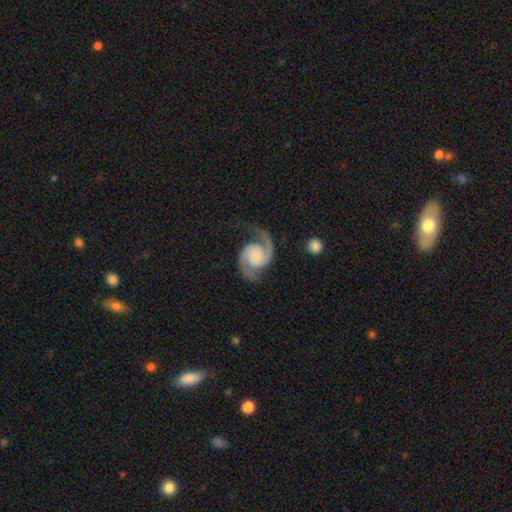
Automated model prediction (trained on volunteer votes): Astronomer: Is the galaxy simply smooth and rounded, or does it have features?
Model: featured or disk — 92%.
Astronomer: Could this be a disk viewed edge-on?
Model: no — 99%.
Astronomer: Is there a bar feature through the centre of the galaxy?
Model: no — 70%.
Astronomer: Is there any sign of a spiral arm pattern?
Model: yes — 98%.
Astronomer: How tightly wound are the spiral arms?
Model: medium — 56%.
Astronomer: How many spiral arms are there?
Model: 2 — 94%.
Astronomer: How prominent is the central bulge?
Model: none — 49%.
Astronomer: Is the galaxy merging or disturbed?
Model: none — 76%.